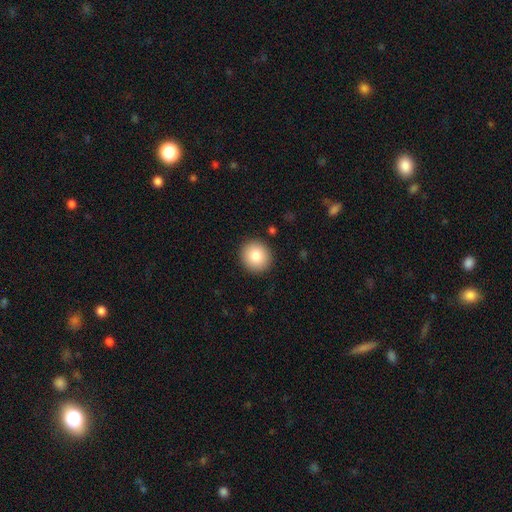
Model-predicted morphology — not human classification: Q: Smooth or featured?
A: smooth (82%); runner-up: featured or disk (9%)
Q: How rounded?
A: round (90%); runner-up: in between (10%)
Q: Merging?
A: none (91%); runner-up: minor disturbance (6%)